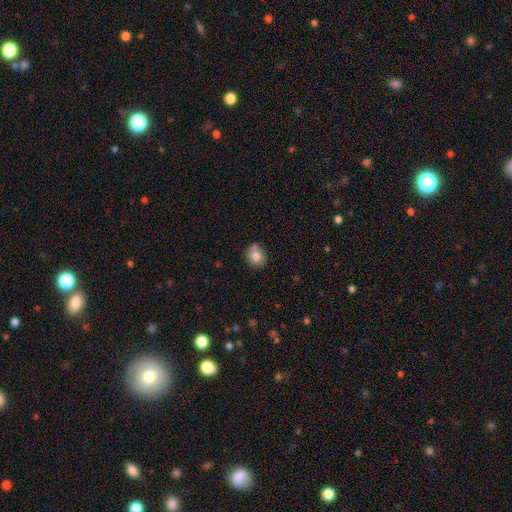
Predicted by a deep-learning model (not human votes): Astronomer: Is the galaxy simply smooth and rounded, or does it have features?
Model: smooth — 81%.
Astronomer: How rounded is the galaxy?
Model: round — 79%.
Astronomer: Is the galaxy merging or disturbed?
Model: none — 65%.